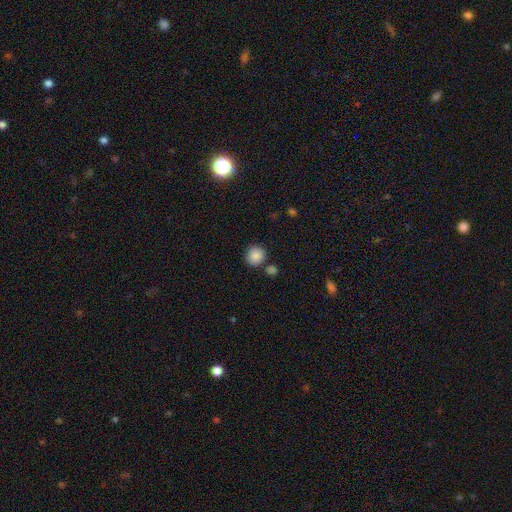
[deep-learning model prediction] A smooth galaxy with no disk features (87%) that is round (90%). Merging: none (78%).